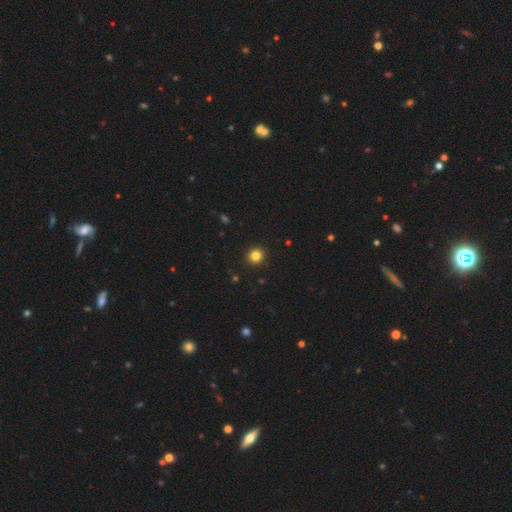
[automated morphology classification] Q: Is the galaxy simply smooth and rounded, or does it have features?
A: smooth — 84%.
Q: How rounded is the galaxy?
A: round — 91%.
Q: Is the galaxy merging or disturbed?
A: none — 93%.